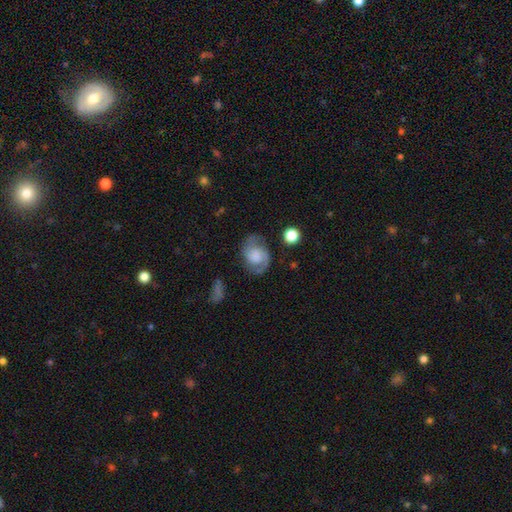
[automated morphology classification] Smooth or featured?
  - featured or disk: 66% *
  - smooth: 25%
  - star or artifact: 8%
Edge-on disk?
  - no: 97% *
  - yes: 3%
Bar?
  - no: 64% *
  - weak: 30%
  - strong: 6%
Spiral arms?
  - yes: 91% *
  - no: 9%
Spiral winding?
  - medium: 50% *
  - tight: 27%
  - loose: 23%
Spiral arm count?
  - 2: 84% *
  - can't tell: 7%
  - 1: 6%
  - 3: 1%
  - 4: 1%
  - more than 4: 1%
Bulge size?
  - none: 32% *
  - large: 31%
  - moderate: 17%
  - small: 13%
  - dominant: 6%
Merging?
  - none: 65% *
  - minor disturbance: 21%
  - major disturbance: 11%
  - merger: 3%